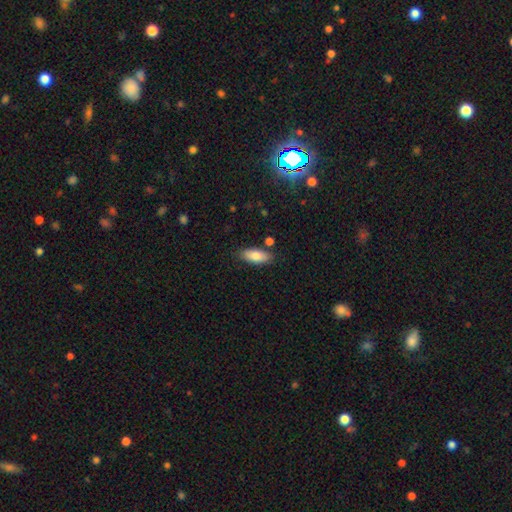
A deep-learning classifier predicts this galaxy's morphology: smooth-or-featured: smooth: 81% | featured or disk: 13% | star or artifact: 7%
  how-rounded: in between: 83% | cigar-shaped: 15% | round: 2%
  merging: none: 81% | minor disturbance: 12% | merger: 4% | major disturbance: 3%